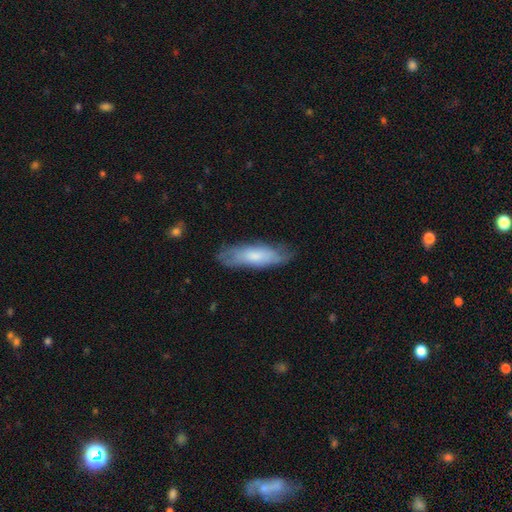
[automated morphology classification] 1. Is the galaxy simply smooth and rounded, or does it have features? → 60% smooth, 34% featured or disk, 6% star or artifact.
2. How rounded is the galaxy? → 54% cigar-shaped, 44% in between, 2% round.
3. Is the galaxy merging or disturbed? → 68% none, 24% minor disturbance, 6% major disturbance, 1% merger.